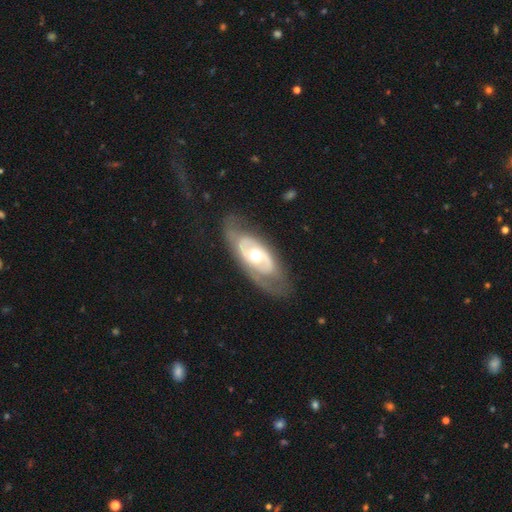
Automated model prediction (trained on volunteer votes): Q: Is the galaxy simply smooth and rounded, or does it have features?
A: featured or disk — 73%.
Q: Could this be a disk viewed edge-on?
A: no — 88%.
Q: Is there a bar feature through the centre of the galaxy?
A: no — 80%.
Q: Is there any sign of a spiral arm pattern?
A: no — 60%.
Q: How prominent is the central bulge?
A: moderate — 73%.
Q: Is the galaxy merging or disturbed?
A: none — 73%.